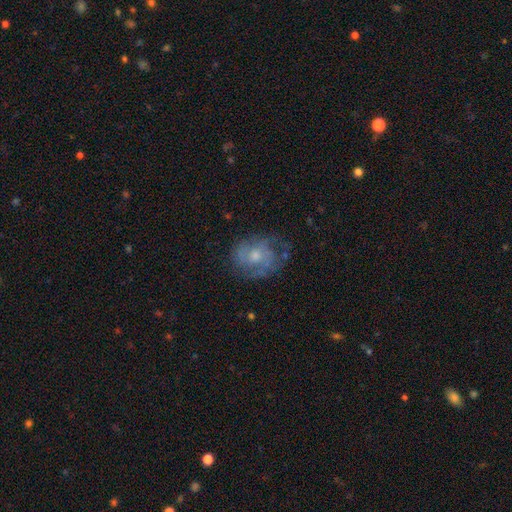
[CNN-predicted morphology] Q: Smooth or featured?
A: featured or disk (61%); runner-up: smooth (30%)
Q: Edge-on disk?
A: no (97%); runner-up: yes (3%)
Q: Bar?
A: no (78%); runner-up: weak (20%)
Q: Spiral arms?
A: yes (70%); runner-up: no (30%)
Q: Bulge size?
A: moderate (52%); runner-up: small (40%)
Q: Merging?
A: none (59%); runner-up: minor disturbance (24%)